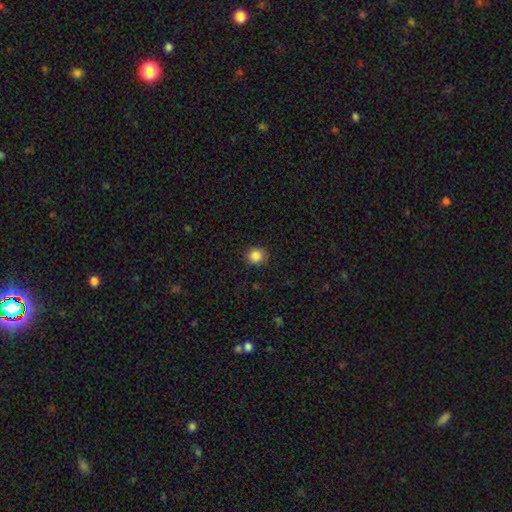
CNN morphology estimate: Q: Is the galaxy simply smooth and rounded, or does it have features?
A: smooth — 87%.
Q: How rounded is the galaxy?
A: round — 89%.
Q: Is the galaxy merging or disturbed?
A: none — 89%.